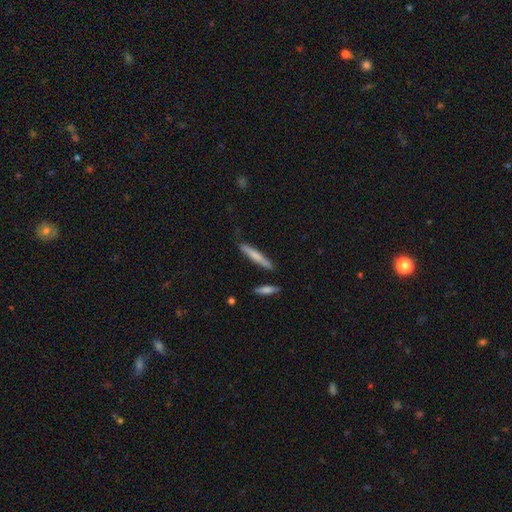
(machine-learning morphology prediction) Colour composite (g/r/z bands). It shows a smooth galaxy with no disk features (66%) that is cigar-shaped (93%). Merging: none (81%).